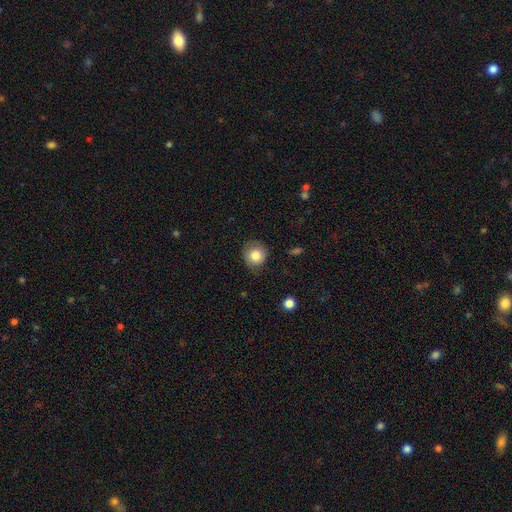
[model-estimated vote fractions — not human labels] A smooth galaxy with no disk features (83%) that is round (88%). Merging: none (77%).